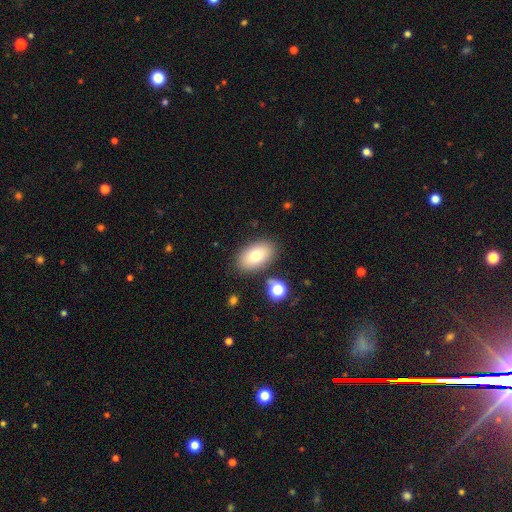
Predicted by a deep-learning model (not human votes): Smooth or featured? smooth (76%)
How rounded? in between (90%)
Merging? none (84%)